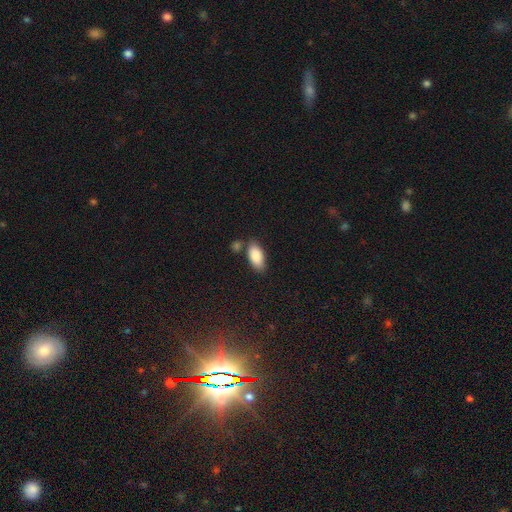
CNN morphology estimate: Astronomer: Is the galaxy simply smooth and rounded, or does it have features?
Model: smooth — 88%.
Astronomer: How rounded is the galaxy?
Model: in between — 91%.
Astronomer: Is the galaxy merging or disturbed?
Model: none — 68%.